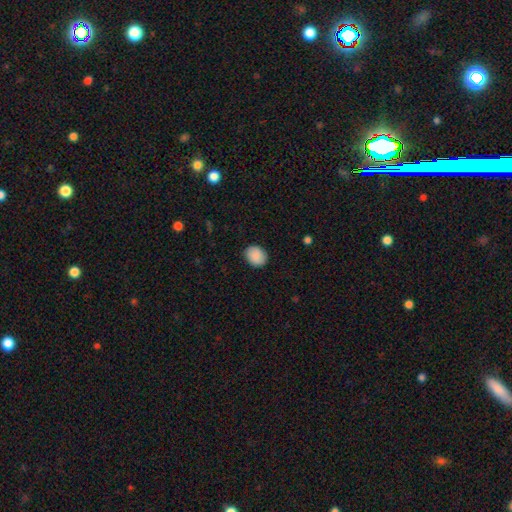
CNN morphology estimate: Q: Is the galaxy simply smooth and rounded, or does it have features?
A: smooth — 90%.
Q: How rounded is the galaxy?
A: round — 57%.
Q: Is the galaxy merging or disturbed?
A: none — 88%.